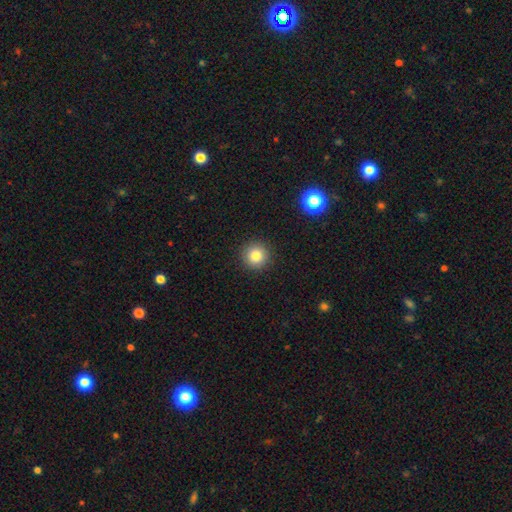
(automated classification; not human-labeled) A smooth galaxy with no disk features (83%) that is round (95%). Merging: none (92%).